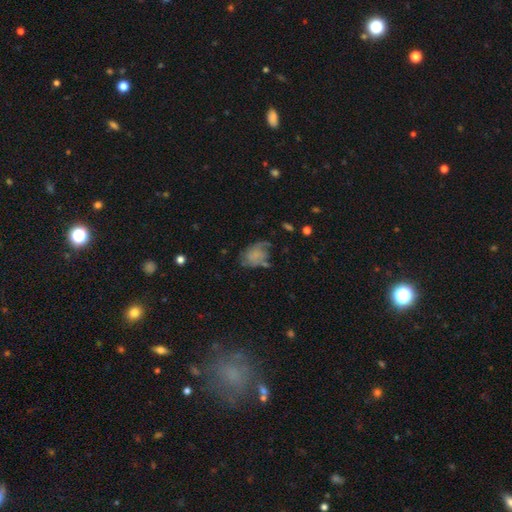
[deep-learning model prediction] Morphology: type=smooth (58%); roundness=in between (77%); merging=none (39%).